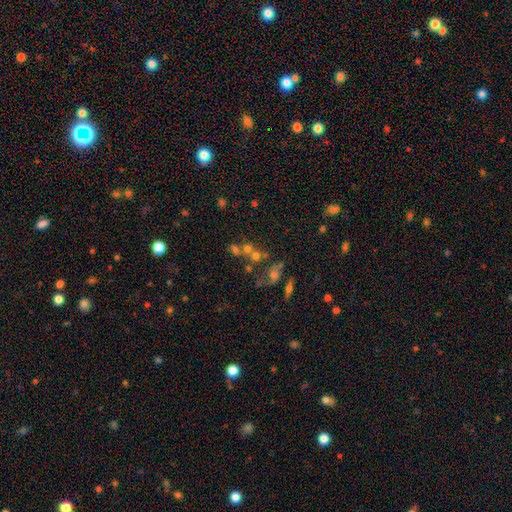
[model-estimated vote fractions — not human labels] Smooth or featured?
  - smooth: 41% *
  - star or artifact: 33%
  - featured or disk: 26%
Merging?
  - none: 41% *
  - merger: 40%
  - minor disturbance: 10%
  - major disturbance: 9%